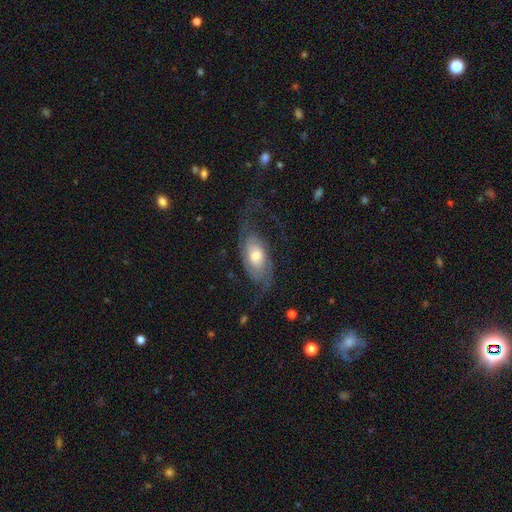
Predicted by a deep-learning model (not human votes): A featured or disk galaxy (77%) with no bar (66%), 2 (71%) medium (38%) spiral arms (92%) and a moderate central bulge (63%). Merging: none (58%).